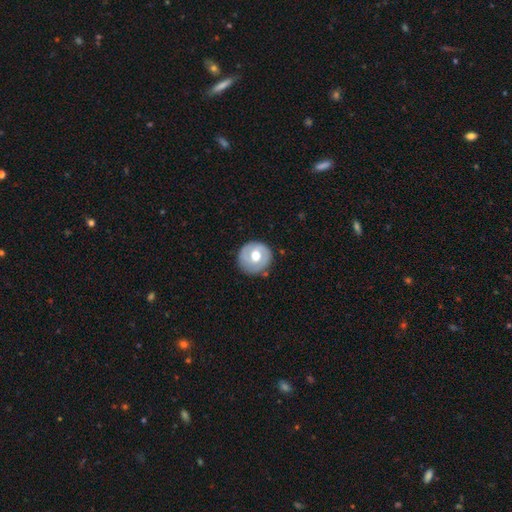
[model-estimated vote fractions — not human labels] Smooth or featured: smooth — 47% (tied with featured or disk — 47%)
Merging: none — 83% (minor disturbance — 12%)